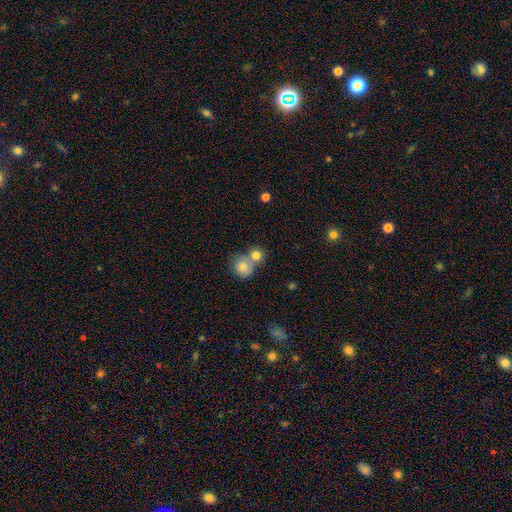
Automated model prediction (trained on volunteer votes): smooth-or-featured: smooth: 81% | featured or disk: 10% | star or artifact: 10%
  how-rounded: round: 84% | in between: 14% | cigar-shaped: 1%
  merging: merger: 49% | none: 41% | minor disturbance: 7% | major disturbance: 3%